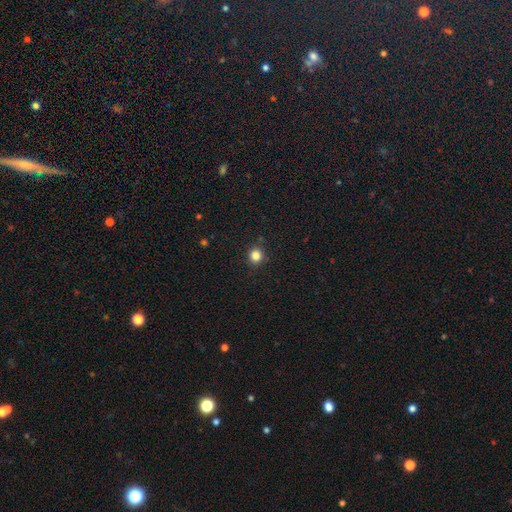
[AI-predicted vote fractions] Smooth or featured? Predicted: smooth (p=0.83). How rounded? Predicted: round (p=0.89). Merging? Predicted: none (p=0.91).